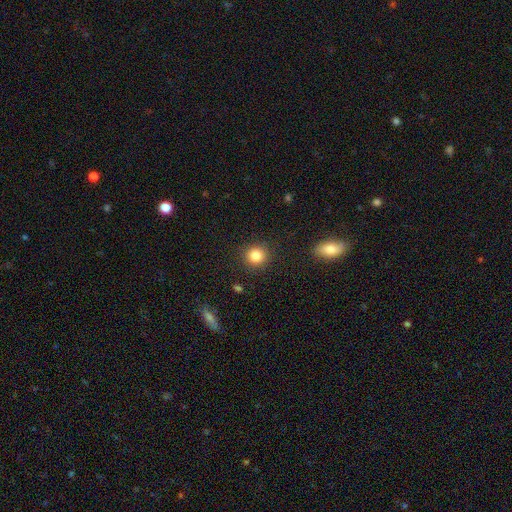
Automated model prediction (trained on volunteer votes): This is clearly a smooth galaxy (83%). How rounded: clearly round (91%). Merging: clearly none (90%).